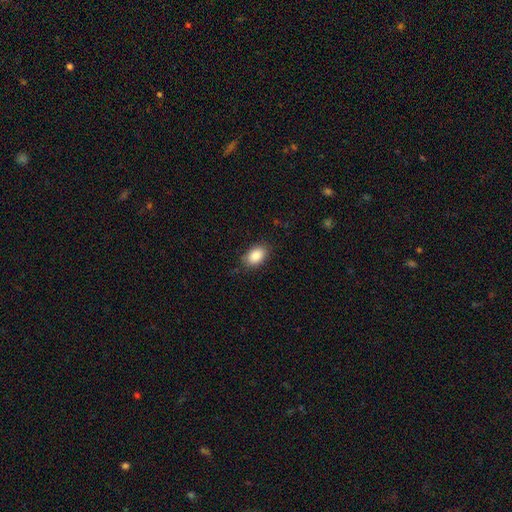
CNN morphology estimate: This is clearly a smooth galaxy (89%). How rounded: clearly in between (89%). Merging: clearly none (82%).